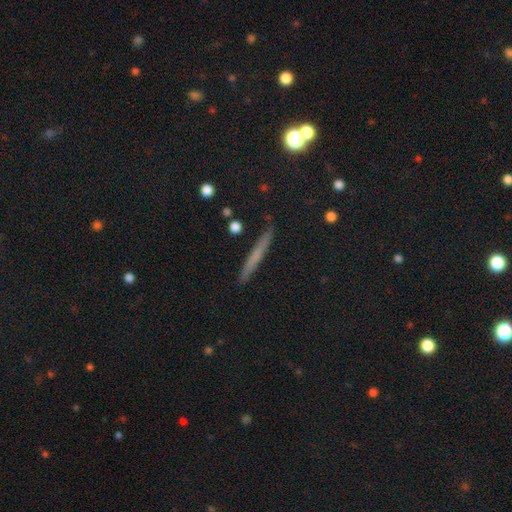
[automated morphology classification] type=smooth (55%); roundness=cigar-shaped (95%); merging=none (89%).